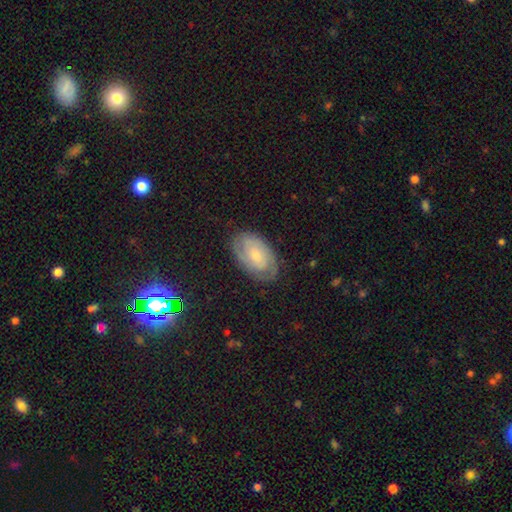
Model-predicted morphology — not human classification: type=featured or disk (64%); edge-on=no (95%); bar=no (64%); spiral arms=yes (88%); winding=tight (65%); arm count=2 (48%); bulge=small (62%); merging=none (78%).